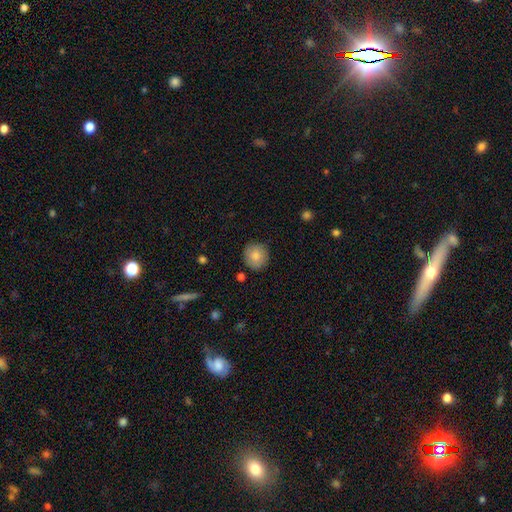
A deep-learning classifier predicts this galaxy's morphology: The model was most divided on "smooth or featured": smooth: 83%, featured or disk: 9%, star or artifact: 8%. More confident: how rounded — round (90%); merging — none (85%).